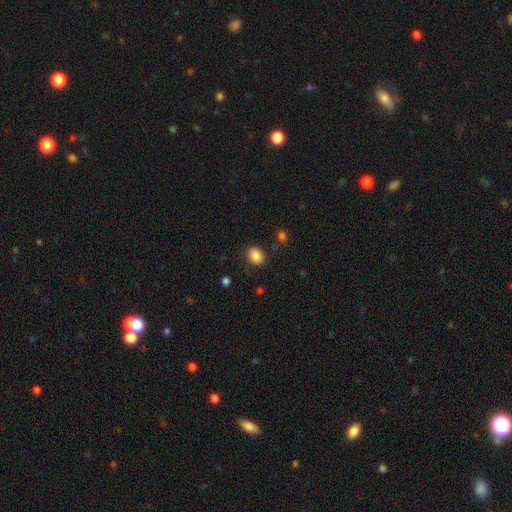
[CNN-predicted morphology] smooth_or_featured: smooth (p=0.87) [alt: star or artifact p=0.09]
how_rounded: in between (p=0.54) [alt: round p=0.45]
merging: none (p=0.81) [alt: minor disturbance p=0.12]